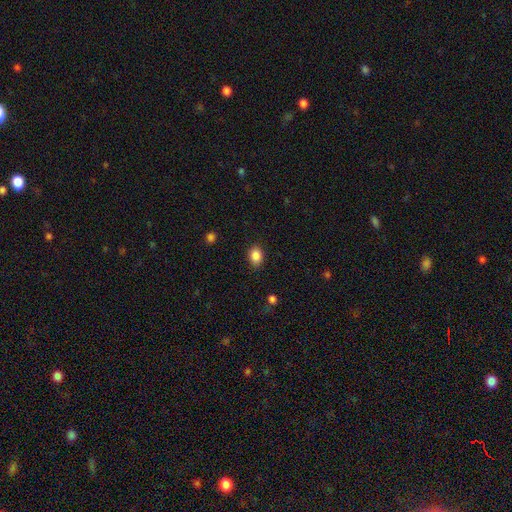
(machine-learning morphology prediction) The model was most divided on "how rounded": in between: 71%, round: 28%, cigar-shaped: 1%. More confident: smooth or featured — smooth (87%); merging — none (86%).